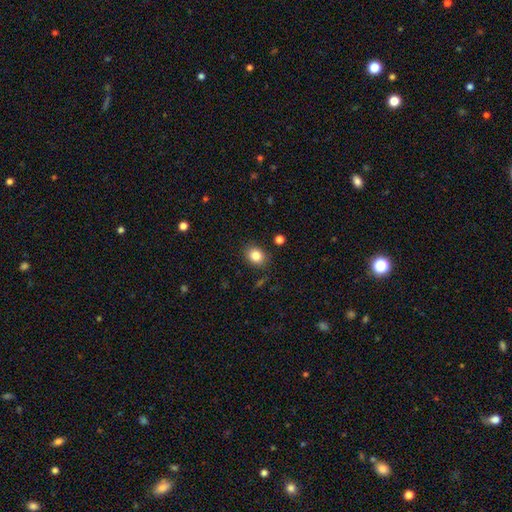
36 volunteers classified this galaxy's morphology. smooth 94%, featured or disk 3%, star or artifact 3%. Down the decision tree: how rounded — round (56%); merging — none (89%).